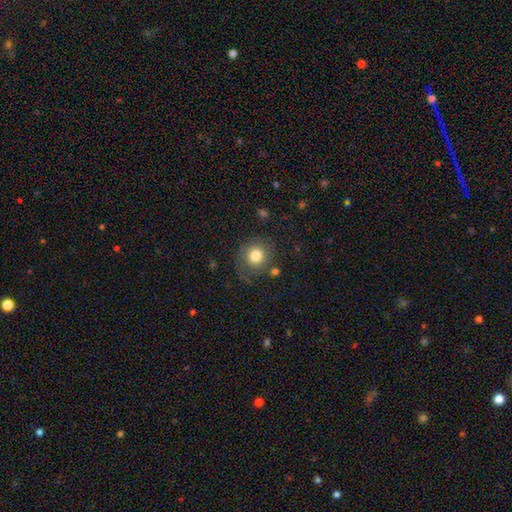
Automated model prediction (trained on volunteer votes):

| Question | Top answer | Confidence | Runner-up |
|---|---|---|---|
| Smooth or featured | smooth | 79% | star or artifact (11%) |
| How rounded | round | 87% | in between (13%) |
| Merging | none | 74% | minor disturbance (15%) |